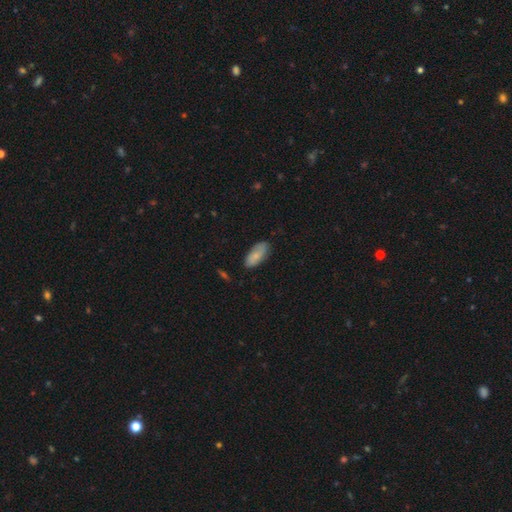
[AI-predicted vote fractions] Smooth or featured: smooth — 81% (featured or disk — 13%)
How rounded: in between — 86% (cigar-shaped — 12%)
Merging: none — 78% (minor disturbance — 18%)